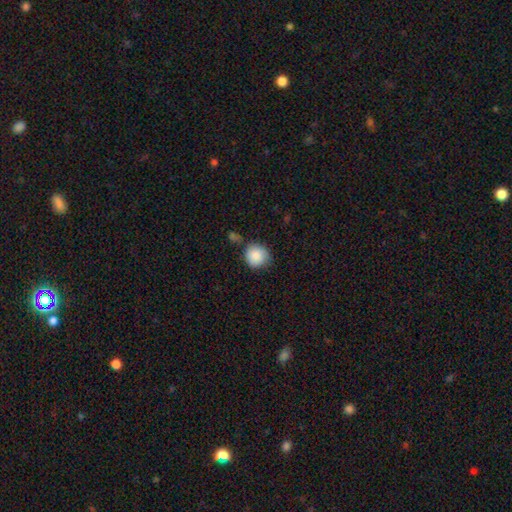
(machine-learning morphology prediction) smooth_or_featured: smooth (p=0.87) [alt: star or artifact p=0.07]
how_rounded: round (p=0.90) [alt: in between p=0.09]
merging: none (p=0.66) [alt: minor disturbance p=0.22]